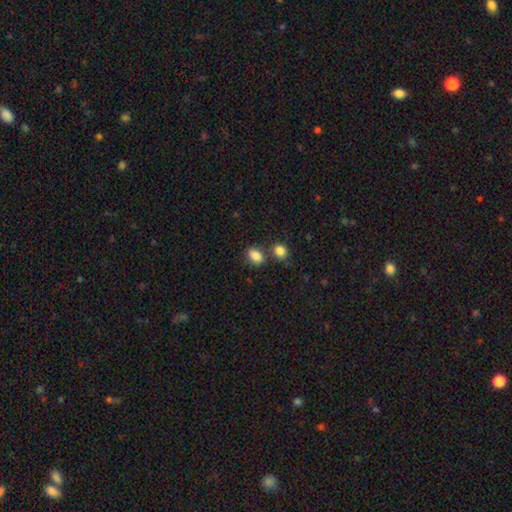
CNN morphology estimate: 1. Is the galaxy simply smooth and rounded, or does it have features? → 85% smooth, 10% star or artifact, 5% featured or disk.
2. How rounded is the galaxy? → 73% in between, 25% round, 1% cigar-shaped.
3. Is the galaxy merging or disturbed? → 62% none, 21% merger, 13% minor disturbance, 4% major disturbance.